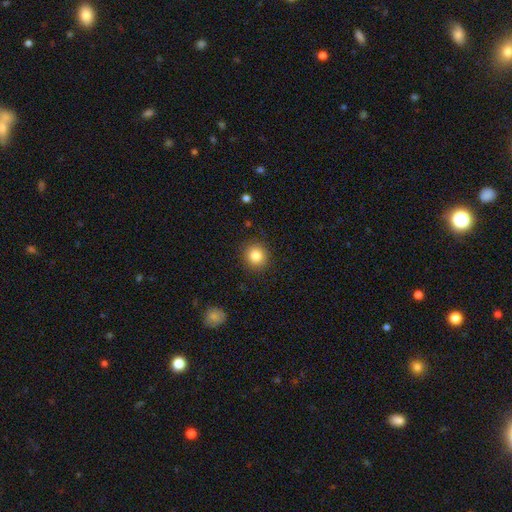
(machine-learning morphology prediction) A smooth galaxy with no disk features (84%) that is round (89%).

Vote fractions:
- Smooth or featured? smooth: 84% / star or artifact: 10% / featured or disk: 6%
- How rounded? round: 89% / in between: 10% / cigar-shaped: 1%
- Merging? none: 89% / minor disturbance: 7% / major disturbance: 2% / merger: 1%